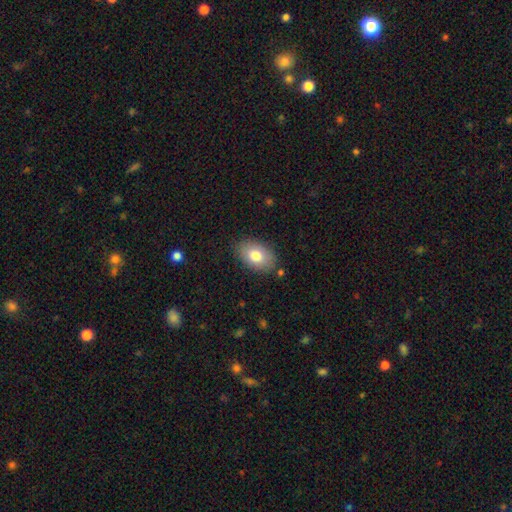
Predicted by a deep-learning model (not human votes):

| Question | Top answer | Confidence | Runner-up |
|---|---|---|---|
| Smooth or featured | smooth | 78% | featured or disk (14%) |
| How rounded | in between | 88% | round (11%) |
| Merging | none | 84% | minor disturbance (12%) |